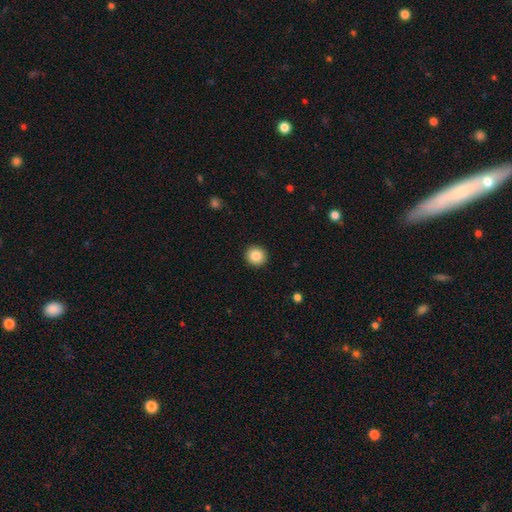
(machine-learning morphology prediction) Smooth or featured? Predicted: smooth (p=0.85). How rounded? Predicted: round (p=0.93). Merging? Predicted: none (p=0.93).